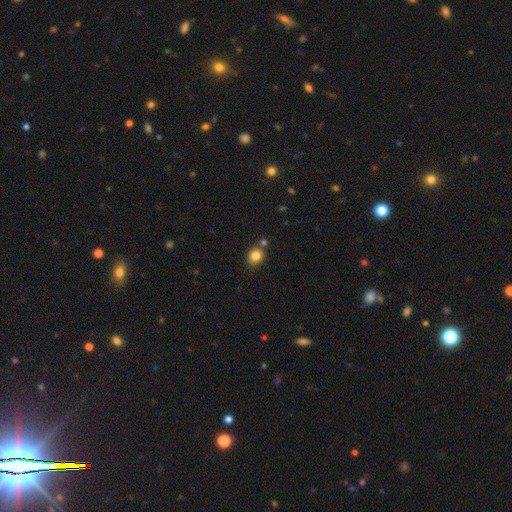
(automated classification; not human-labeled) Smooth or featured?
  - smooth: 83% *
  - star or artifact: 10%
  - featured or disk: 6%
How rounded?
  - round: 65% *
  - in between: 34%
  - cigar-shaped: 1%
Merging?
  - none: 70% *
  - merger: 17%
  - minor disturbance: 11%
  - major disturbance: 3%